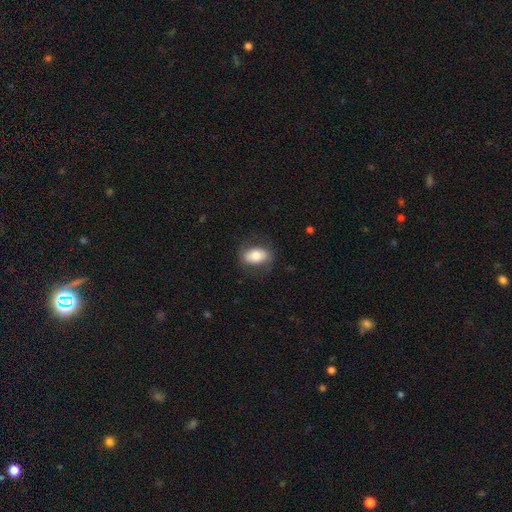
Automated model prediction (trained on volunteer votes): Smooth or featured: smooth — 71% (featured or disk — 22%)
How rounded: in between — 87% (round — 11%)
Merging: none — 75% (minor disturbance — 16%)